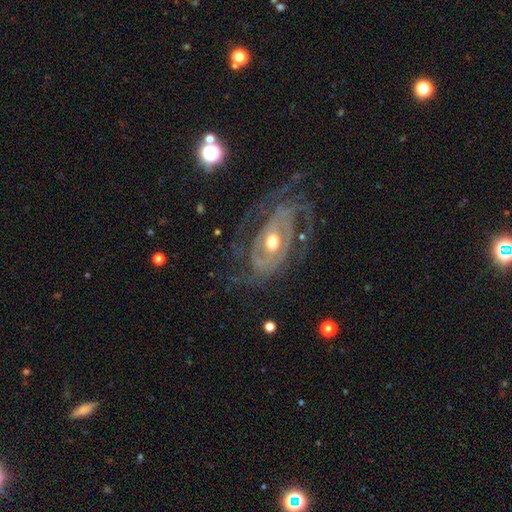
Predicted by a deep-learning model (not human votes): Smooth or featured? Predicted: featured or disk (p=0.88). Edge-on disk? Predicted: no (p=0.95). Bar? Predicted: no (p=0.50). Spiral arms? Predicted: yes (p=0.92). Spiral winding? Predicted: tight (p=0.55). Spiral arm count? Predicted: 2 (p=0.38). Bulge size? Predicted: moderate (p=0.67). Merging? Predicted: none (p=0.67).